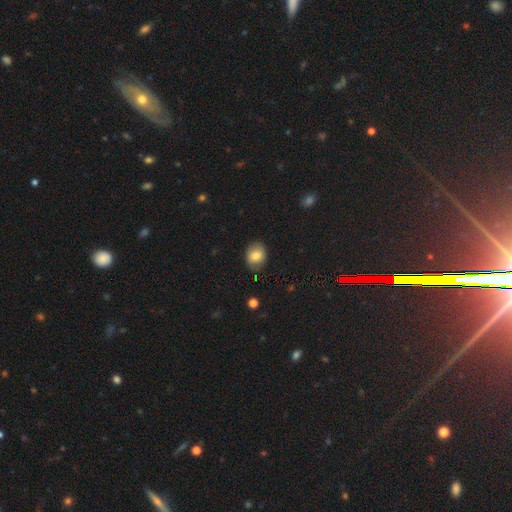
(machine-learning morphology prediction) A smooth galaxy with no disk features (80%) that is round (51%). Merging: none (80%).